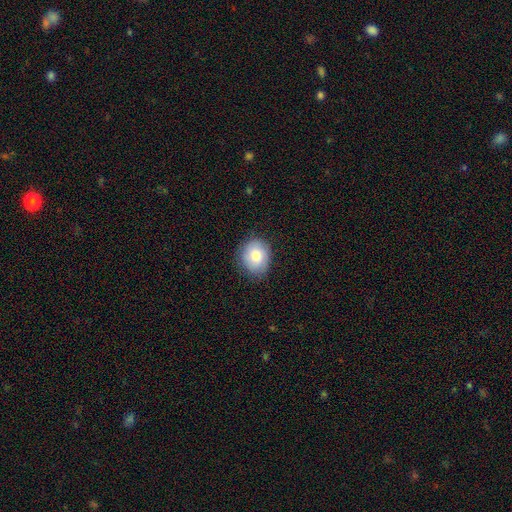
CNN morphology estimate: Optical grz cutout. It shows a smooth galaxy with no disk features (82%) that is round (61%). Merging: none (80%).